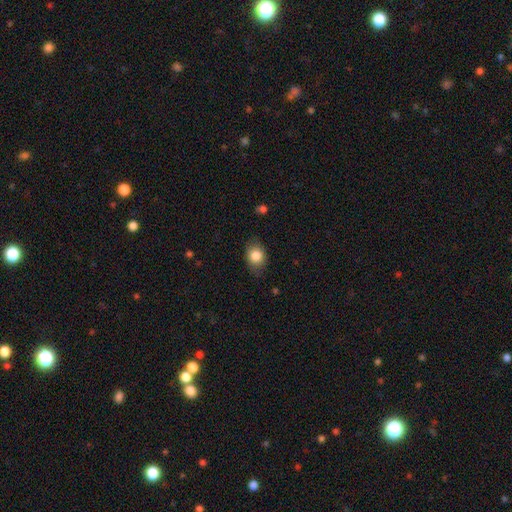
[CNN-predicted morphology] A smooth galaxy with no disk features (84%) that is in between round and cigar-shaped (58%).

Vote fractions:
- Smooth or featured? smooth: 84% / star or artifact: 8% / featured or disk: 8%
- How rounded? in between: 58% / round: 41% / cigar-shaped: 1%
- Merging? none: 77% / minor disturbance: 18% / major disturbance: 4% / merger: 1%